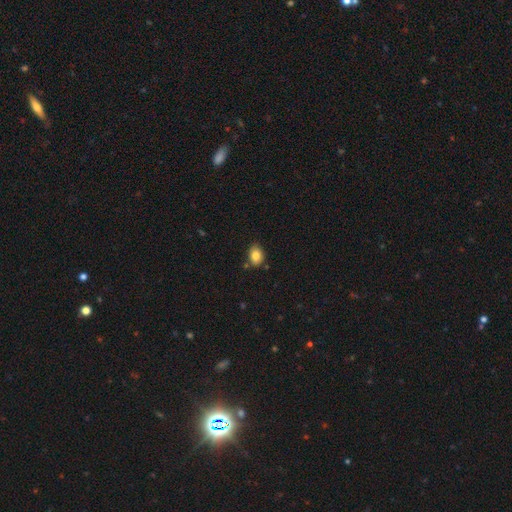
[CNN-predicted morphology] The model was most divided on "how rounded": in between: 75%, round: 24%, cigar-shaped: 1%. More confident: smooth or featured — smooth (83%); merging — none (80%).